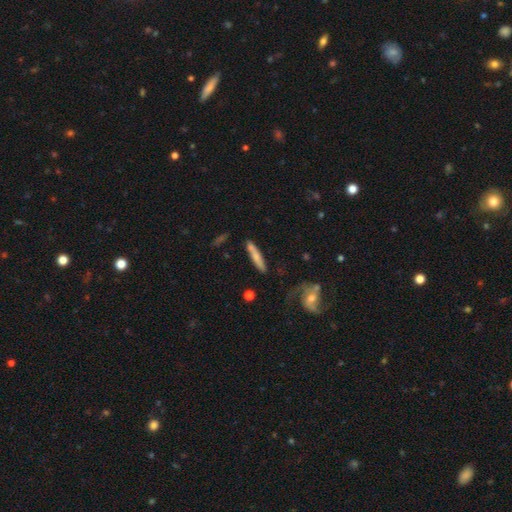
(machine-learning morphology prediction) Overall: smooth (63%; featured or disk 31%). How rounded: cigar-shaped (90%). Merging: none (73%).